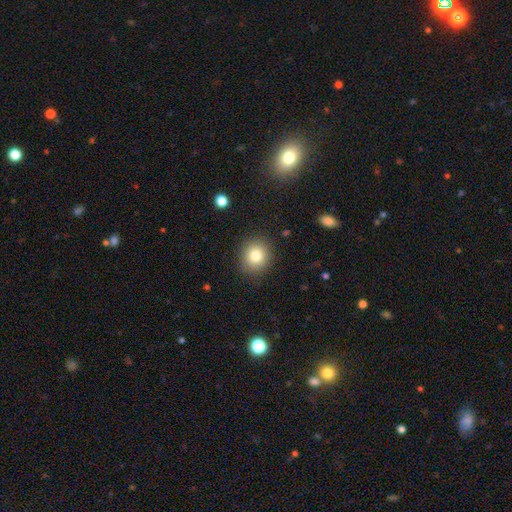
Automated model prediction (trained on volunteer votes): Smooth or featured? Predicted: smooth (p=0.81). How rounded? Predicted: round (p=0.83). Merging? Predicted: none (p=0.88).